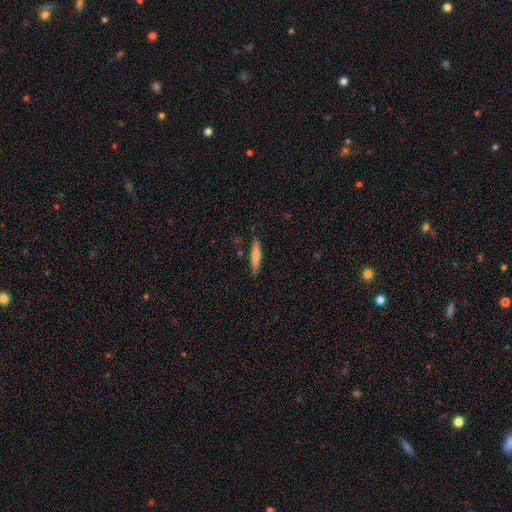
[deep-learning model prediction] Smooth or featured? smooth (70%)
How rounded? cigar-shaped (88%)
Merging? none (85%)